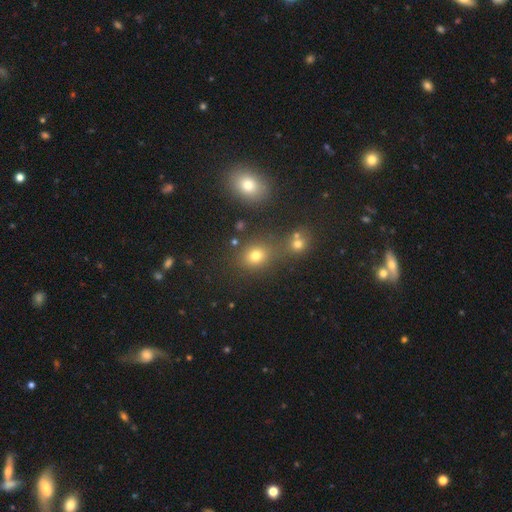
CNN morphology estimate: Smooth or featured? Predicted: smooth (p=0.71). How rounded? Predicted: round (p=0.69). Merging? Predicted: none (p=0.66).